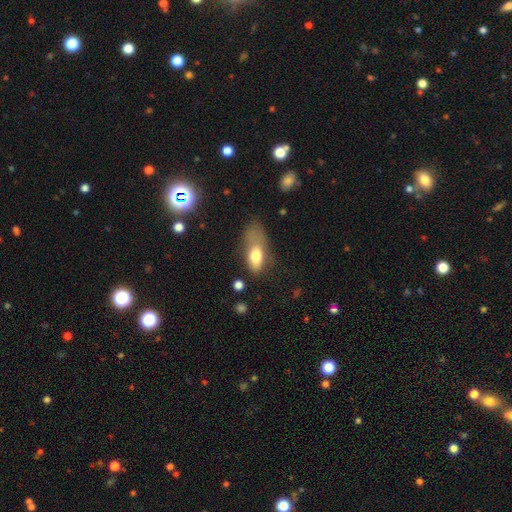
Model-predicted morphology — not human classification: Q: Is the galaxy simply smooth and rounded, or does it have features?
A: smooth — 74%.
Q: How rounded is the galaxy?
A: in between — 84%.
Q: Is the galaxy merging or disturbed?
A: major disturbance — 43%.